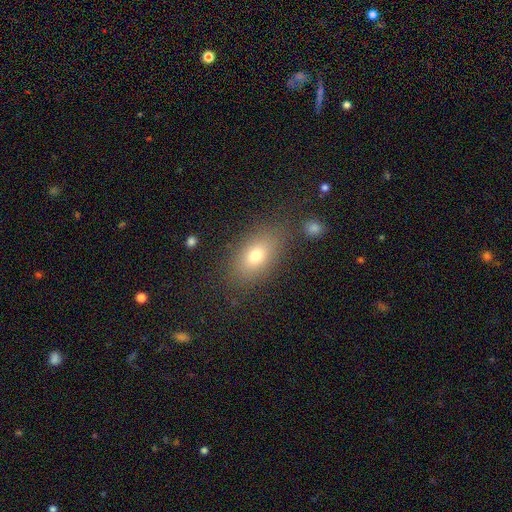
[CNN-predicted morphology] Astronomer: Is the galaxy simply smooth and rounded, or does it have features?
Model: smooth — 74%.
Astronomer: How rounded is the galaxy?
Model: in between — 86%.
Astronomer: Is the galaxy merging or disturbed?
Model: none — 80%.